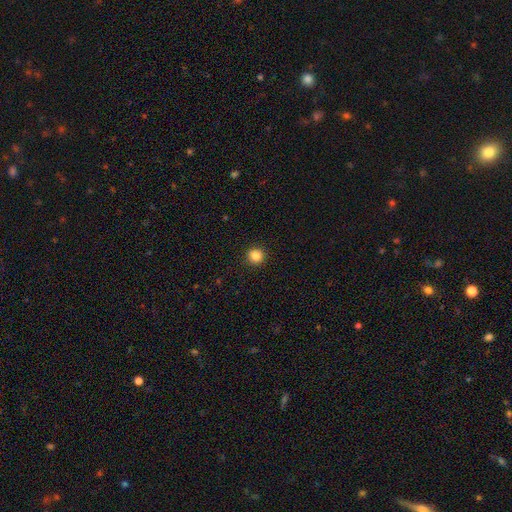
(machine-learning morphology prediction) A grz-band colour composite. It shows a smooth galaxy with no disk features (85%) that is round (94%). Merging: none (93%).